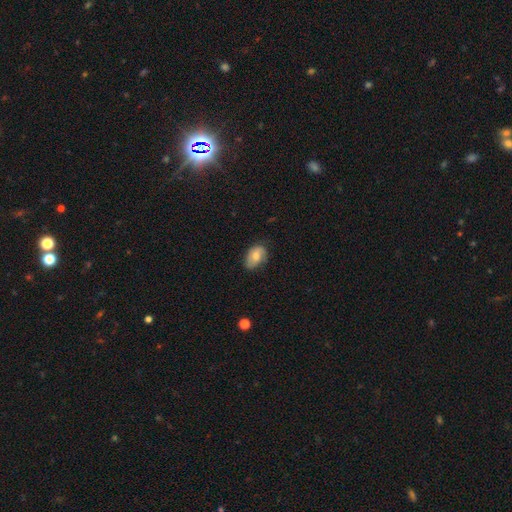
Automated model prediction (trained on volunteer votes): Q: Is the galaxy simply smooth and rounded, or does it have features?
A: smooth — 68%.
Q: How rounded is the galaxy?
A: in between — 88%.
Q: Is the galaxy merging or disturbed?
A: none — 66%.